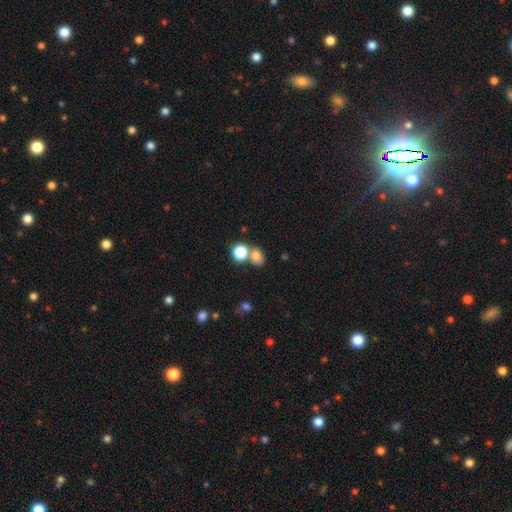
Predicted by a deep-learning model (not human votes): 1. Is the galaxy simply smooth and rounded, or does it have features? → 76% smooth, 15% star or artifact, 9% featured or disk.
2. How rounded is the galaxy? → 55% round, 44% in between, 1% cigar-shaped.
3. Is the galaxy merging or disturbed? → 50% none, 36% merger, 10% minor disturbance, 4% major disturbance.